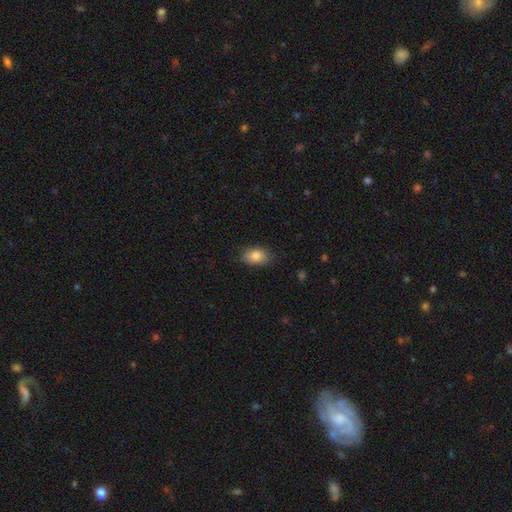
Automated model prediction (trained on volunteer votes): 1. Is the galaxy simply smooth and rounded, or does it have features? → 84% smooth, 8% featured or disk, 8% star or artifact.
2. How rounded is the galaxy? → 88% in between, 11% round, 2% cigar-shaped.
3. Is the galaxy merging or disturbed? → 81% none, 15% minor disturbance, 3% major disturbance, 1% merger.